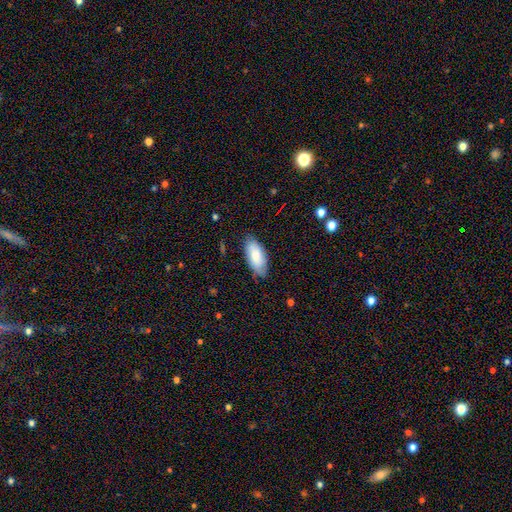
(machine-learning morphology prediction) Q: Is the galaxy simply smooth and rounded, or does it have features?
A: smooth — 80%.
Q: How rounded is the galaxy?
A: in between — 90%.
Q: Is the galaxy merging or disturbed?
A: none — 77%.